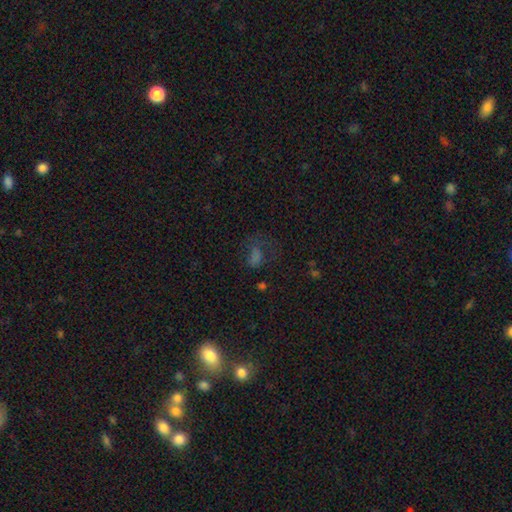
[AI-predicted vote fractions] smooth_or_featured: smooth (p=0.51) [alt: star or artifact p=0.33]
how_rounded: in between (p=0.77) [alt: round p=0.18]
merging: none (p=0.42) [alt: major disturbance p=0.33]